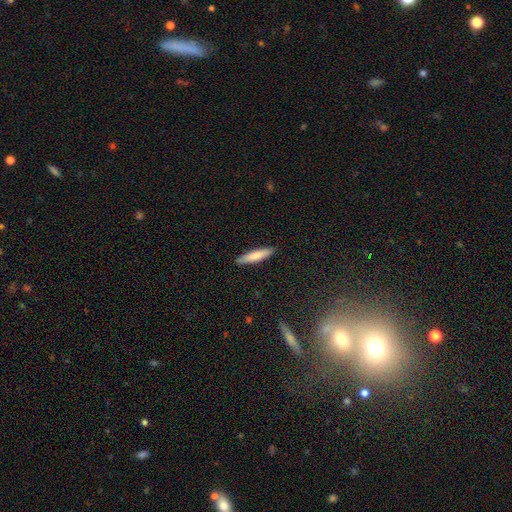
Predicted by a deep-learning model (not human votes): smooth 77%, featured or disk 18%, star or artifact 6%. Down the decision tree: how rounded — cigar-shaped (86%); merging — none (90%).